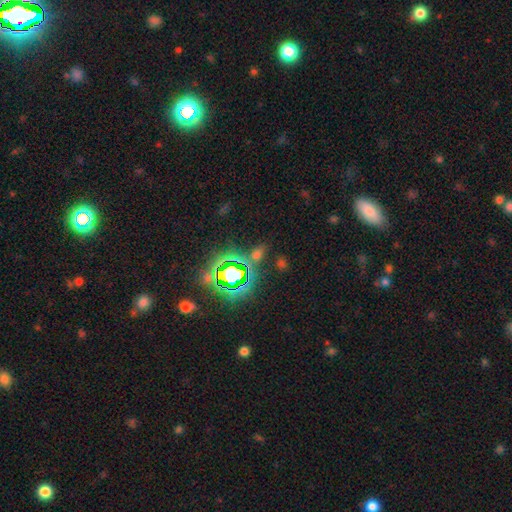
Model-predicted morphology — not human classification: This appears to be a star or artifact, not a galaxy (53%).